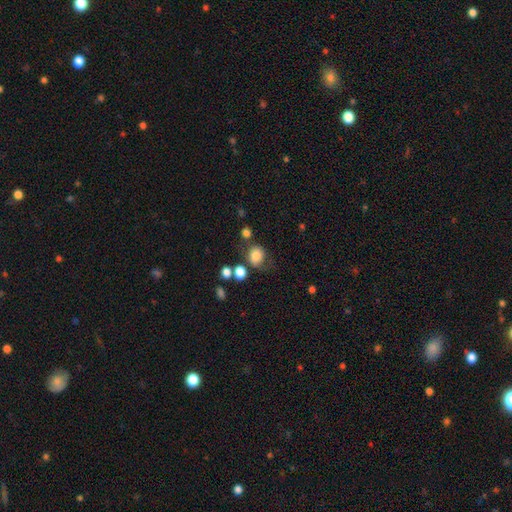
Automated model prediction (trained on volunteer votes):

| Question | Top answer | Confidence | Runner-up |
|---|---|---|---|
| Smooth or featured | smooth | 80% | star or artifact (12%) |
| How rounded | round | 69% | in between (31%) |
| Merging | none | 60% | minor disturbance (19%) |